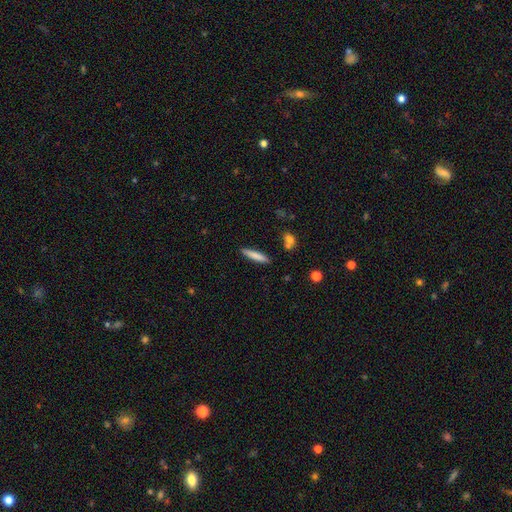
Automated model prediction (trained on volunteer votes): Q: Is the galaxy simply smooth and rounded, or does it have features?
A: smooth — 79%.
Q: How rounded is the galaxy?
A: cigar-shaped — 90%.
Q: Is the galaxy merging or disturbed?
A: none — 87%.